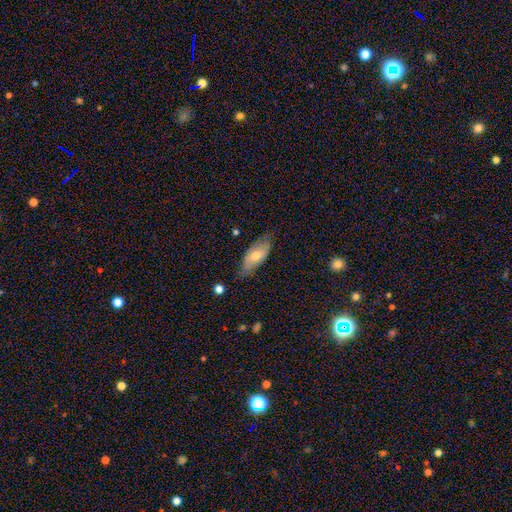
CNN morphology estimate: Overall: smooth (57%; featured or disk 36%). How rounded: in between (84%). Merging: none (69%).